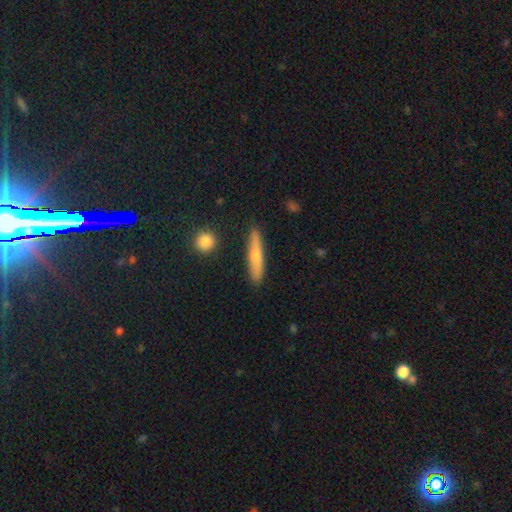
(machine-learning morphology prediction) A smooth galaxy with no disk features (55%) that is cigar-shaped (87%).

Vote fractions:
- Smooth or featured? smooth: 55% / featured or disk: 39% / star or artifact: 7%
- How rounded? cigar-shaped: 87% / in between: 10% / round: 3%
- Merging? none: 88% / minor disturbance: 9% / major disturbance: 2% / merger: 2%